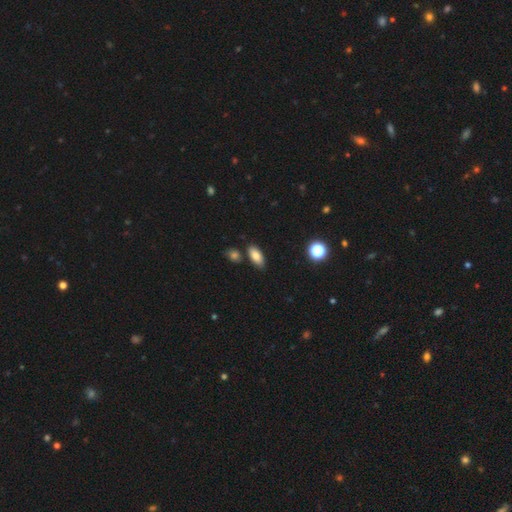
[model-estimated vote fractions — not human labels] Q: Smooth or featured?
A: smooth (82%); runner-up: featured or disk (10%)
Q: How rounded?
A: in between (87%); runner-up: cigar-shaped (9%)
Q: Merging?
A: none (81%); runner-up: minor disturbance (11%)